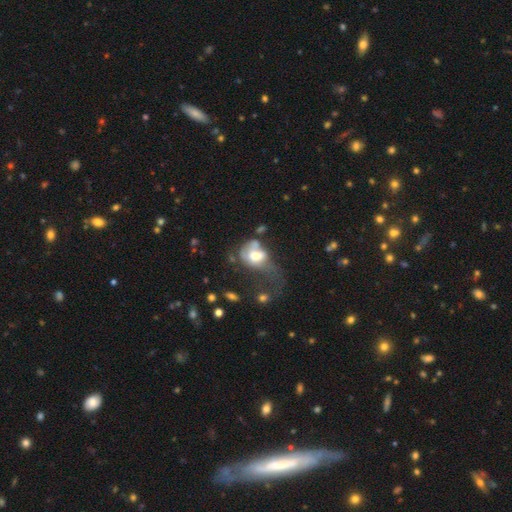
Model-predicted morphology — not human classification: The model was most divided on "smooth or featured": smooth: 54%, featured or disk: 36%, star or artifact: 9%. More confident: how rounded — in between (61%); merging — major disturbance (51%).